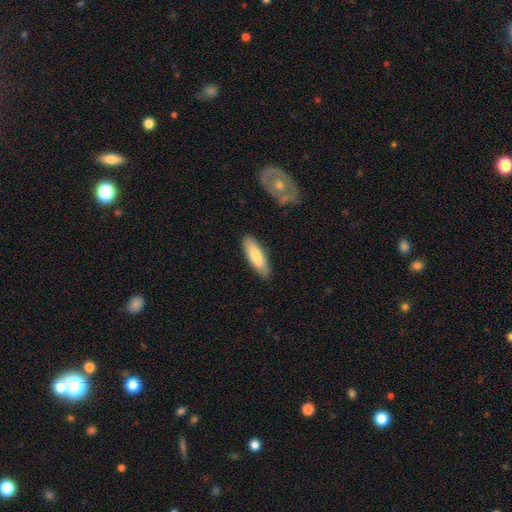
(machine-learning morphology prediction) A smooth galaxy with no disk features (74%) that is in between round and cigar-shaped (51%).

Vote fractions:
- Smooth or featured? smooth: 74% / featured or disk: 21% / star or artifact: 5%
- How rounded? in between: 51% / cigar-shaped: 47% / round: 1%
- Merging? none: 85% / minor disturbance: 11% / major disturbance: 2% / merger: 2%